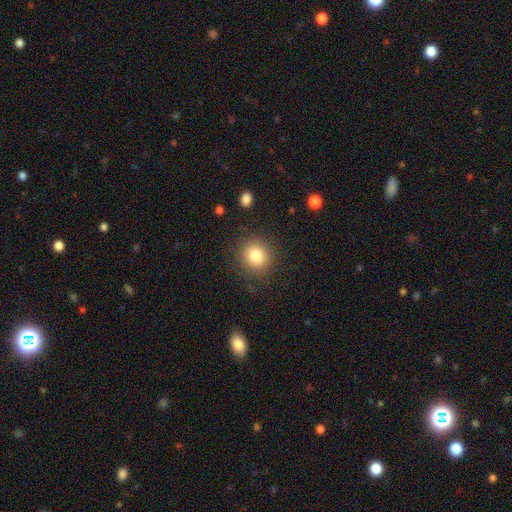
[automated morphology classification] Smooth or featured?
  - smooth: 82% *
  - star or artifact: 11%
  - featured or disk: 7%
How rounded?
  - round: 83% *
  - in between: 16%
  - cigar-shaped: 1%
Merging?
  - none: 86% *
  - minor disturbance: 9%
  - major disturbance: 4%
  - merger: 1%